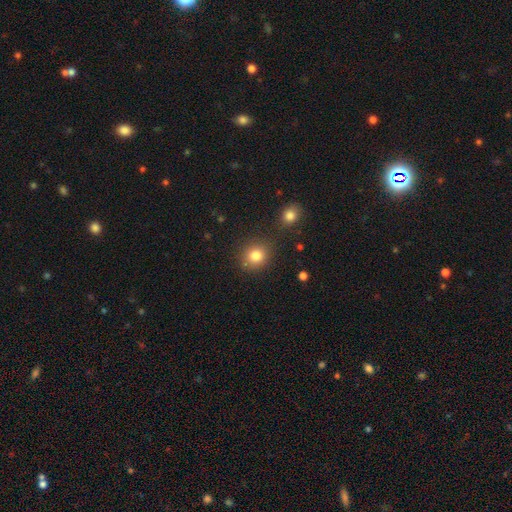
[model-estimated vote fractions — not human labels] This appears to be a smooth galaxy with no disk features (82%) that is round (81%). Merging: none (79%).